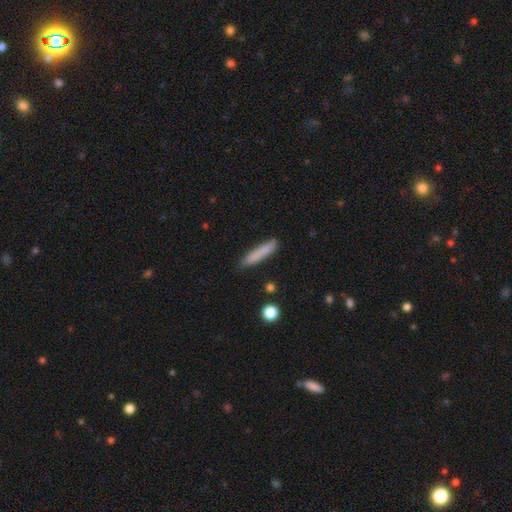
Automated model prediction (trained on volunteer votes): A smooth galaxy with no disk features (79%) that is cigar-shaped (93%).

Vote fractions:
- Smooth or featured? smooth: 79% / featured or disk: 14% / star or artifact: 7%
- How rounded? cigar-shaped: 93% / in between: 6% / round: 1%
- Merging? none: 86% / minor disturbance: 10% / major disturbance: 2% / merger: 2%